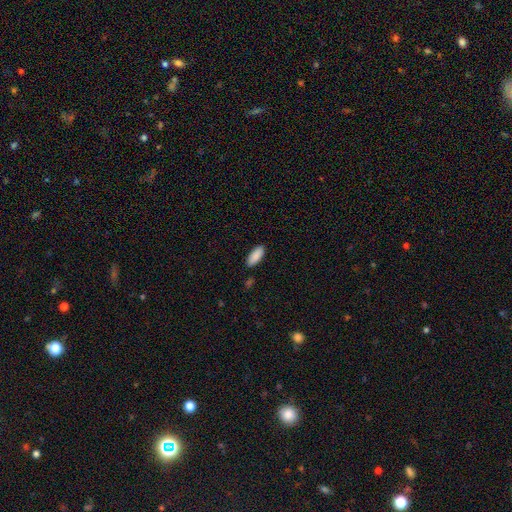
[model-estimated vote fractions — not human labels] smooth-or-featured: smooth: 89% | star or artifact: 6% | featured or disk: 5%
  how-rounded: in between: 79% | cigar-shaped: 19% | round: 2%
  merging: none: 87% | minor disturbance: 9% | merger: 2% | major disturbance: 2%